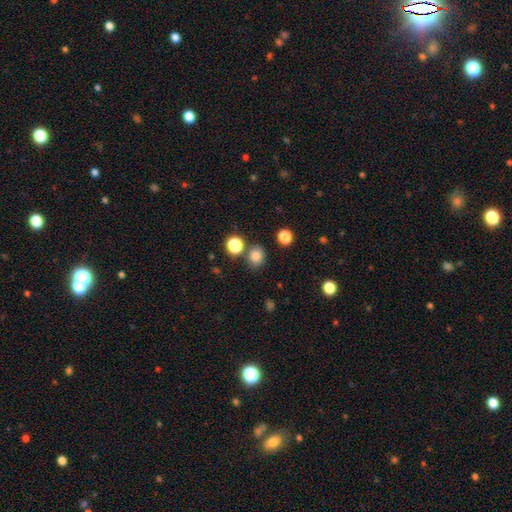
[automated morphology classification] A smooth galaxy with no disk features (81%) that is round (70%). Merging: none (78%).